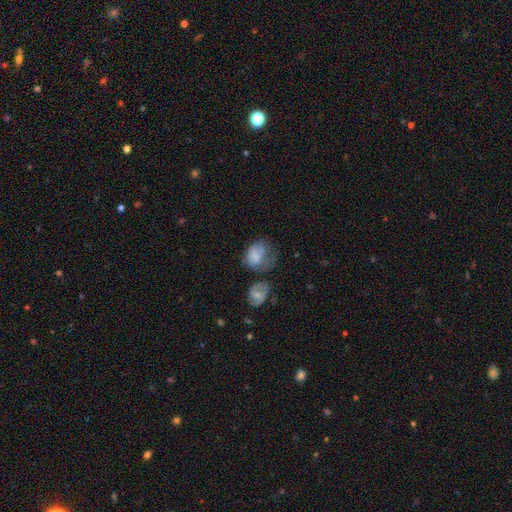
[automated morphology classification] Smooth or featured: smooth — 65% (featured or disk — 26%)
How rounded: in between — 54% (round — 45%)
Merging: major disturbance — 33% (none — 26%)